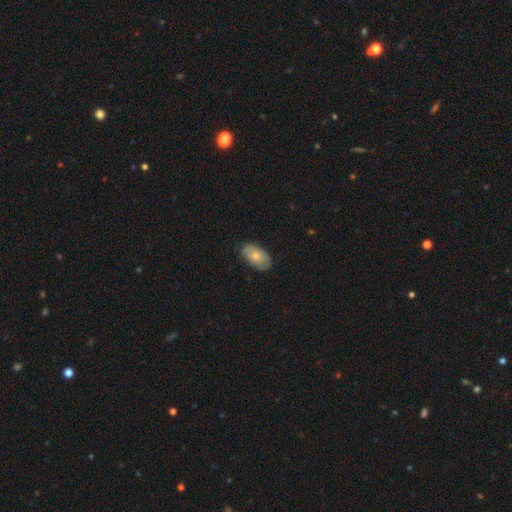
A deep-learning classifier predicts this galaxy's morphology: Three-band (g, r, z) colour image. It shows a smooth galaxy with no disk features (66%) that is in between round and cigar-shaped (93%). Merging: none (79%).